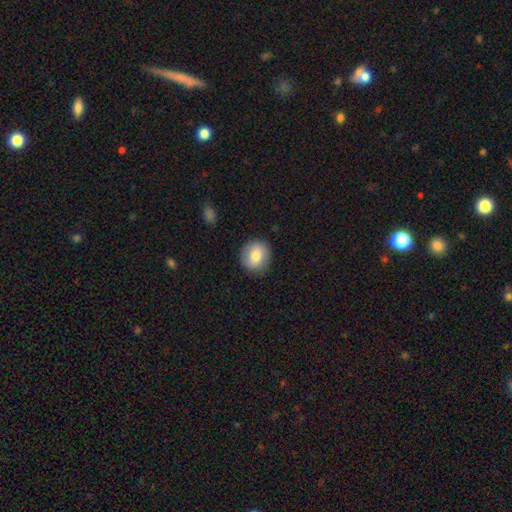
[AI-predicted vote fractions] Overall: smooth (76%). How rounded: round (86%). Merging: none (88%).